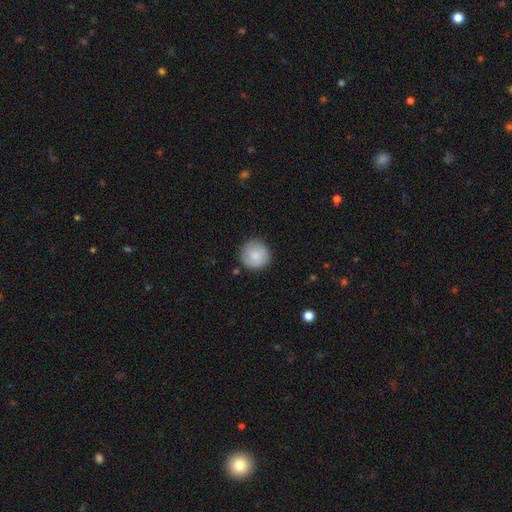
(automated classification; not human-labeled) Morphology: type=smooth (82%); roundness=round (95%); merging=none (87%).